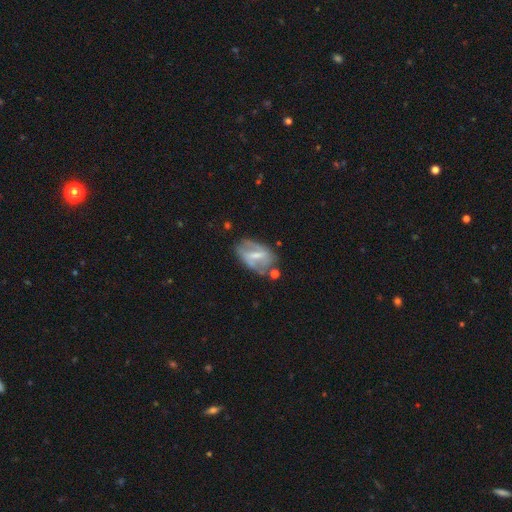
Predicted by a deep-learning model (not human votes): Smooth or featured? Predicted: featured or disk (p=0.66). Edge-on disk? Predicted: no (p=0.94). Bar? Predicted: strong (p=0.46). Spiral arms? Predicted: yes (p=0.58). Bulge size? Predicted: small (p=0.38, tied with moderate). Merging? Predicted: none (p=0.57).